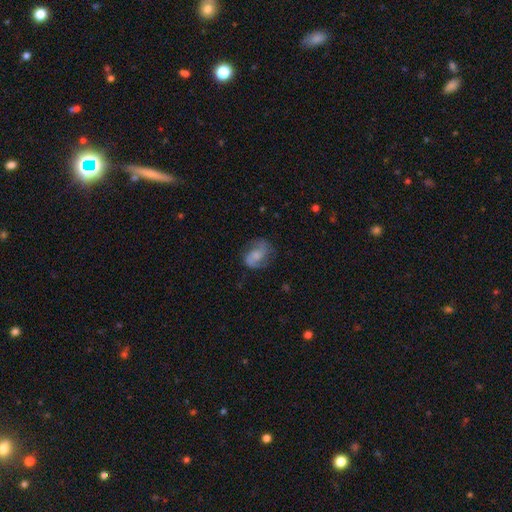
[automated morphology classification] Smooth or featured? Predicted: featured or disk (p=0.59). Edge-on disk? Predicted: no (p=0.97). Bar? Predicted: no (p=0.58). Spiral arms? Predicted: yes (p=0.88). Spiral winding? Predicted: medium (p=0.45). Spiral arm count? Predicted: 2 (p=0.83). Bulge size? Predicted: small (p=0.37). Merging? Predicted: none (p=0.63).